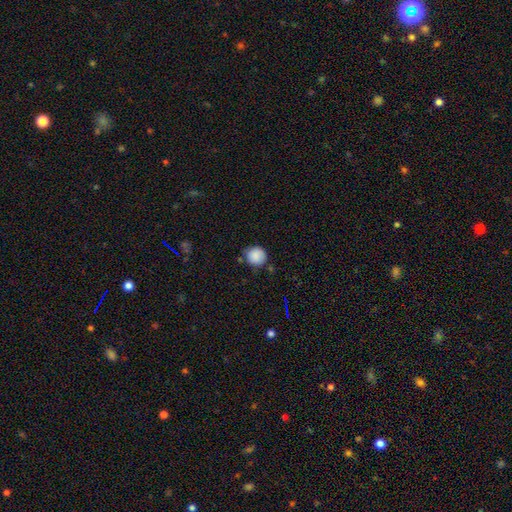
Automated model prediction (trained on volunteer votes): The model was most divided on "merging": none: 78%, minor disturbance: 15%, merger: 4%, major disturbance: 3%. More confident: how rounded — round (92%); smooth or featured — smooth (88%).